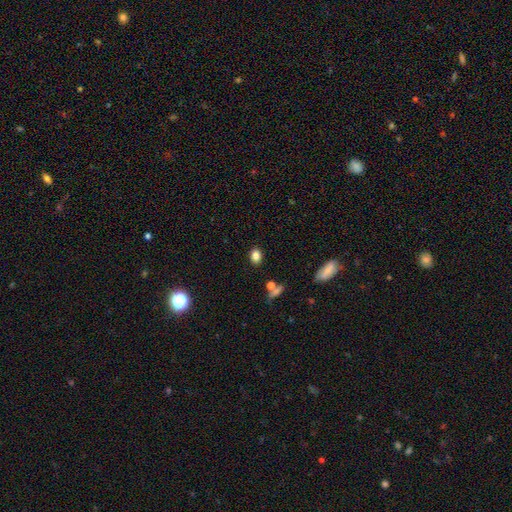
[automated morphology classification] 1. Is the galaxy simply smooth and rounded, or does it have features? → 82% smooth, 12% star or artifact, 6% featured or disk.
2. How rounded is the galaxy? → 72% in between, 26% round, 2% cigar-shaped.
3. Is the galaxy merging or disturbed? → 84% none, 10% minor disturbance, 4% merger, 3% major disturbance.